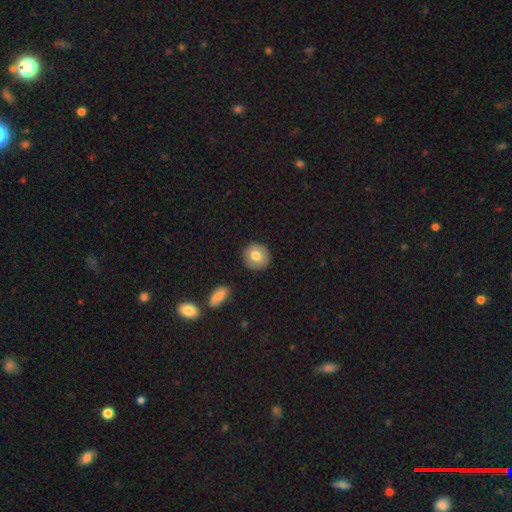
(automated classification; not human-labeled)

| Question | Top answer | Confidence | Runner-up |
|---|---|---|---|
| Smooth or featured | smooth | 76% | featured or disk (16%) |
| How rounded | round | 91% | in between (8%) |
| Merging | none | 89% | minor disturbance (7%) |